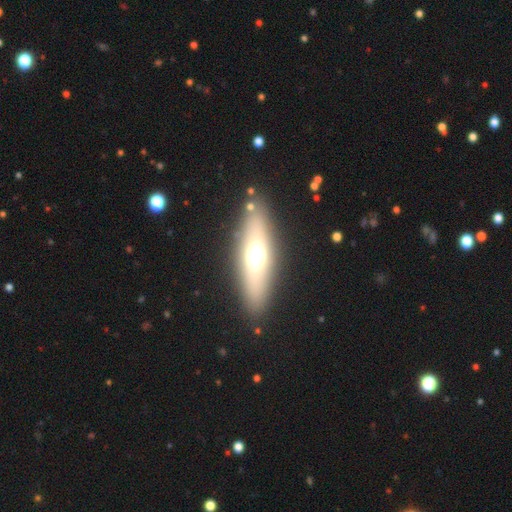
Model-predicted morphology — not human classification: Smooth or featured? smooth (51%)
How rounded? in between (48%)
Merging? none (86%)